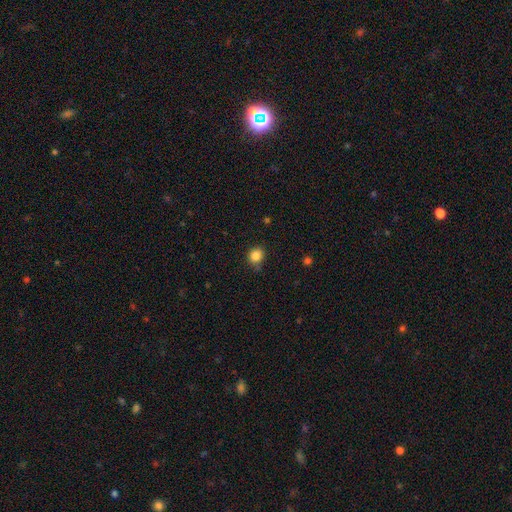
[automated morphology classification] smooth_or_featured: smooth (p=0.85) [alt: star or artifact p=0.11]
how_rounded: round (p=0.80) [alt: in between p=0.19]
merging: none (p=0.78) [alt: minor disturbance p=0.16]